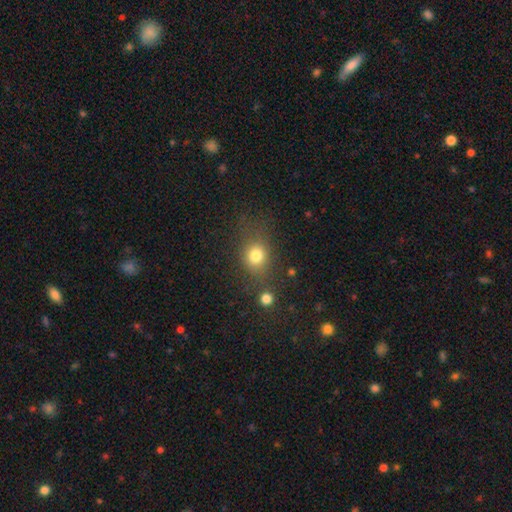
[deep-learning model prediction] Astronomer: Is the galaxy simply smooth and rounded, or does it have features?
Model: smooth — 77%.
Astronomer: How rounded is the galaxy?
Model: round — 64%.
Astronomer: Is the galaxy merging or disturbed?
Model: none — 63%.